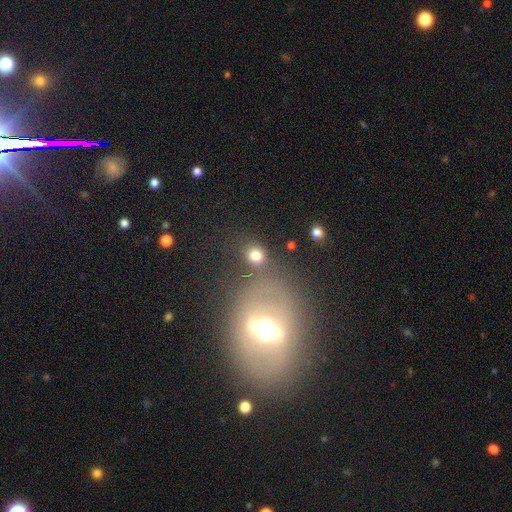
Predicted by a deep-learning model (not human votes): Q: Smooth or featured?
A: smooth (79%); runner-up: star or artifact (13%)
Q: How rounded?
A: round (73%); runner-up: in between (25%)
Q: Merging?
A: none (71%); runner-up: merger (12%)